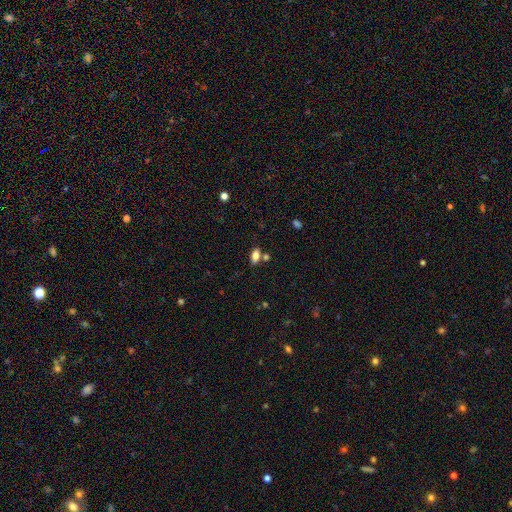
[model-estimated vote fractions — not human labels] Overall: smooth (80%). How rounded: in between (89%). Merging: none (70%).